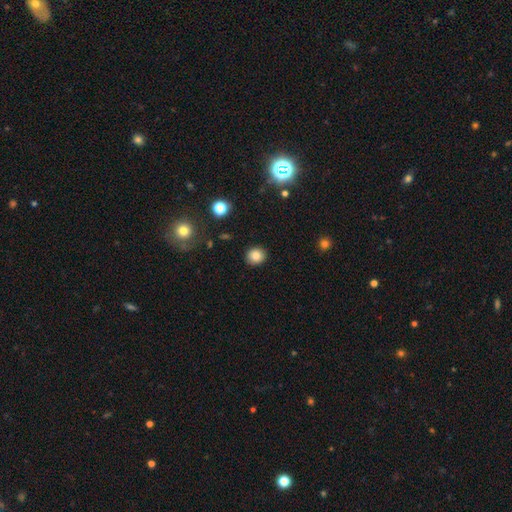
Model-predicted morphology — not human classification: Smooth or featured?
  - smooth: 85% *
  - star or artifact: 10%
  - featured or disk: 5%
How rounded?
  - round: 86% *
  - in between: 13%
  - cigar-shaped: 1%
Merging?
  - none: 90% *
  - minor disturbance: 6%
  - major disturbance: 2%
  - merger: 1%